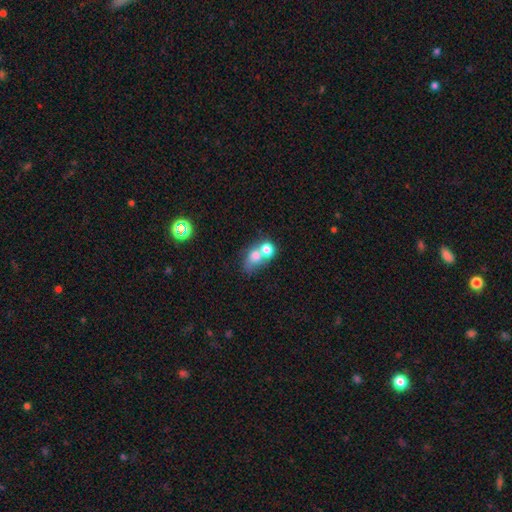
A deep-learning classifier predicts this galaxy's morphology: smooth_or_featured: smooth (p=0.70) [alt: featured or disk p=0.19]
how_rounded: round (p=0.54) [alt: in between p=0.44]
merging: merger (p=0.67) [alt: none p=0.21]